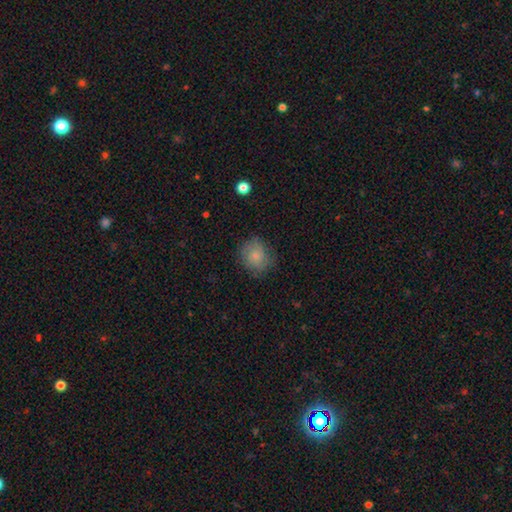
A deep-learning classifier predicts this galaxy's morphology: Smooth or featured: smooth — 75% (featured or disk — 17%)
How rounded: round — 76% (in between — 23%)
Merging: none — 75% (minor disturbance — 18%)